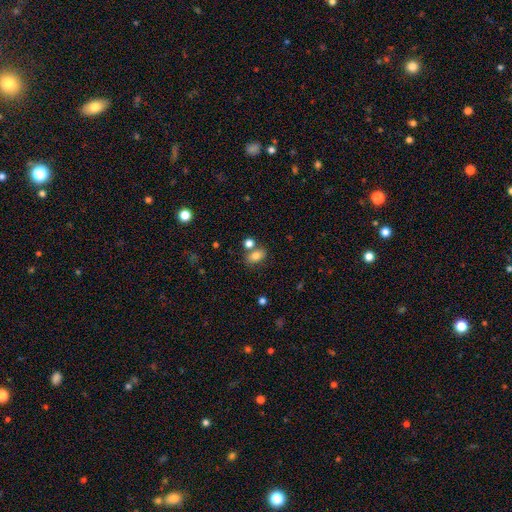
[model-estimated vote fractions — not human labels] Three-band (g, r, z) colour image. It shows a smooth galaxy with no disk features (79%) that is in between round and cigar-shaped (79%). Merging: none (64%).